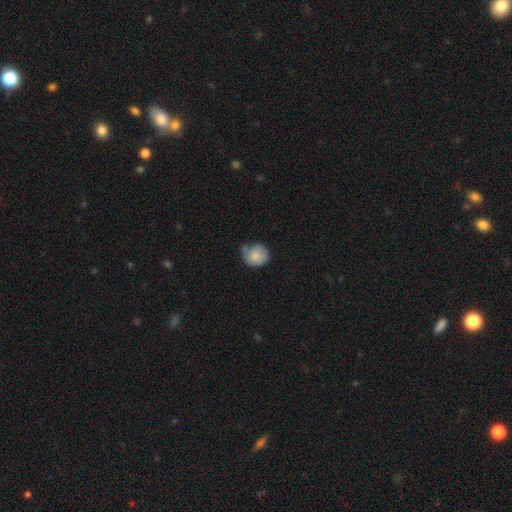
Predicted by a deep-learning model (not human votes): Smooth or featured? Predicted: smooth (p=0.80). How rounded? Predicted: round (p=0.84). Merging? Predicted: none (p=0.54).